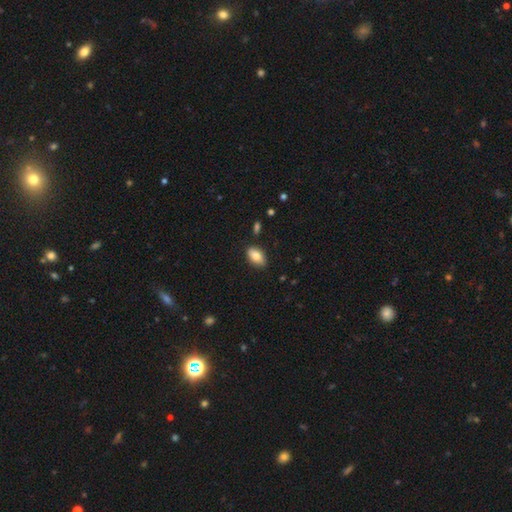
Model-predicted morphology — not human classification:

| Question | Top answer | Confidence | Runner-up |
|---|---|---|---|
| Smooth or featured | smooth | 80% | featured or disk (13%) |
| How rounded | in between | 91% | round (5%) |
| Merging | none | 85% | minor disturbance (11%) |